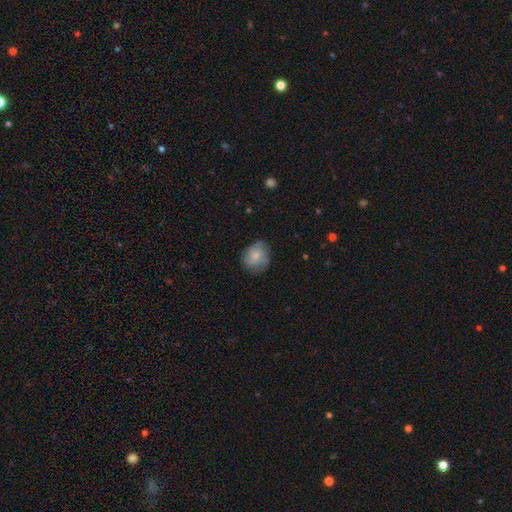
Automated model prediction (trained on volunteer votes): Q: Smooth or featured?
A: smooth (55%); runner-up: featured or disk (38%)
Q: How rounded?
A: round (65%); runner-up: in between (33%)
Q: Merging?
A: none (70%); runner-up: minor disturbance (23%)